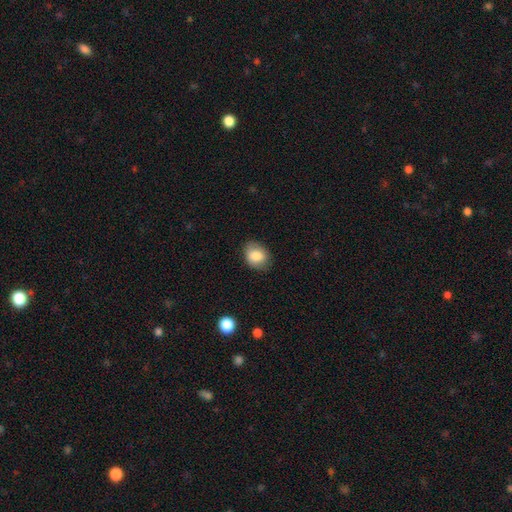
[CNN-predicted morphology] Q: Smooth or featured?
A: smooth (83%); runner-up: featured or disk (9%)
Q: How rounded?
A: in between (55%); runner-up: round (44%)
Q: Merging?
A: none (81%); runner-up: minor disturbance (15%)